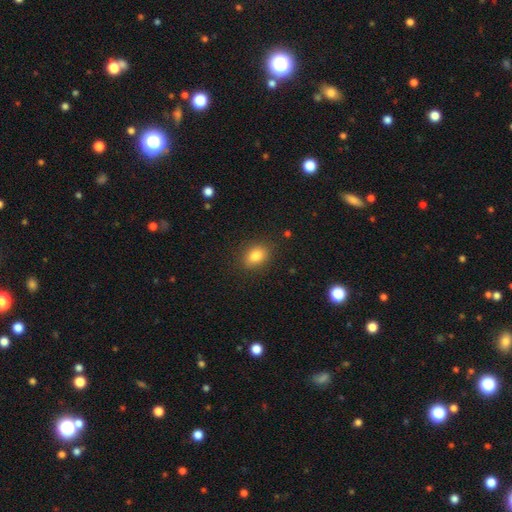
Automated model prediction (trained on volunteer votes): Smooth or featured? Predicted: smooth (p=0.84). How rounded? Predicted: in between (p=0.74). Merging? Predicted: none (p=0.85).